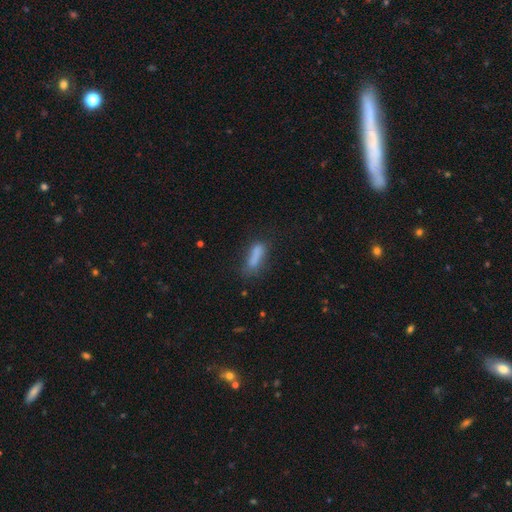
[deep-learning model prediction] smooth_or_featured: smooth (p=0.75) [alt: featured or disk p=0.14]
how_rounded: cigar-shaped (p=0.51) [alt: in between p=0.46]
merging: none (p=0.51) [alt: minor disturbance p=0.26]